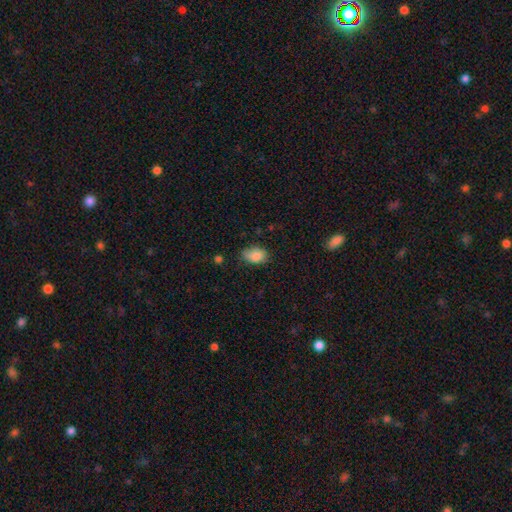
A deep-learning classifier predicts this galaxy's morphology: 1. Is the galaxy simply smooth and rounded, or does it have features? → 86% smooth, 9% star or artifact, 6% featured or disk.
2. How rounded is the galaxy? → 83% in between, 16% round, 1% cigar-shaped.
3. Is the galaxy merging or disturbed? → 58% none, 33% minor disturbance, 7% major disturbance, 2% merger.